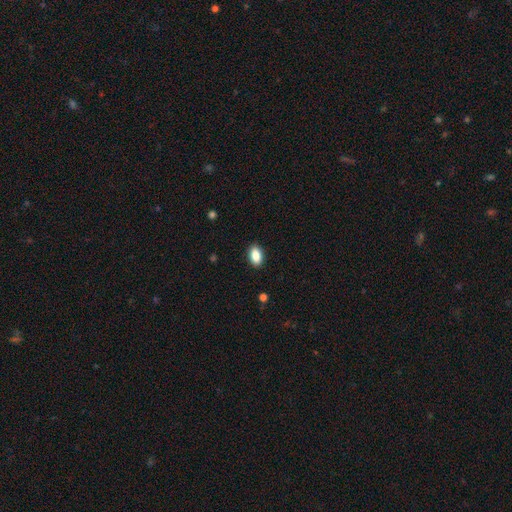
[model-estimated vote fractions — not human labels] Q: Smooth or featured?
A: smooth (88%); runner-up: star or artifact (7%)
Q: How rounded?
A: in between (91%); runner-up: round (6%)
Q: Merging?
A: none (90%); runner-up: minor disturbance (8%)